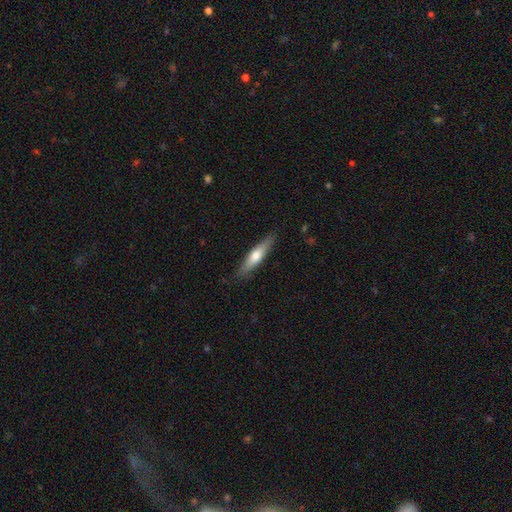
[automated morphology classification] smooth 56%, featured or disk 39%, star or artifact 5%. Down the decision tree: how rounded — cigar-shaped (80%); merging — none (85%).